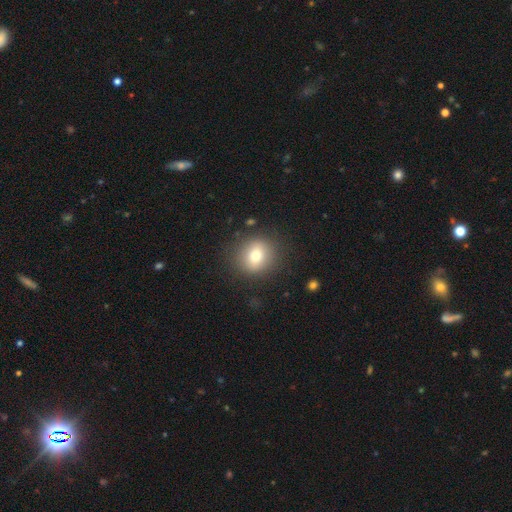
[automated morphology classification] This appears to be a smooth galaxy with no disk features (74%) that is round (81%). Merging: none (86%).